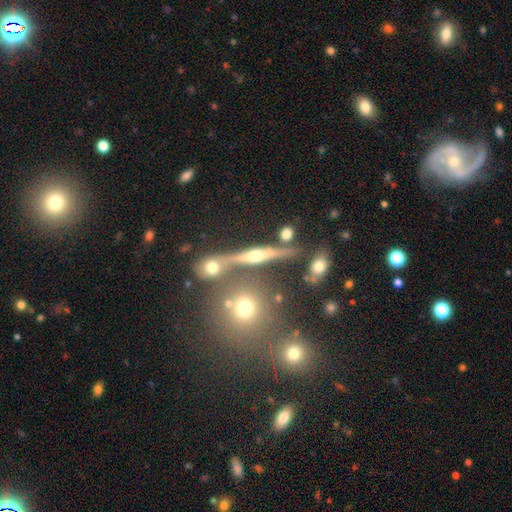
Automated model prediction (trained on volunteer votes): The model was most divided on "smooth or featured": featured or disk: 64%, smooth: 19%, star or artifact: 17%. More confident: edge-on disk — yes (91%); edge-on bulge — rounded (90%); merging — none (75%).